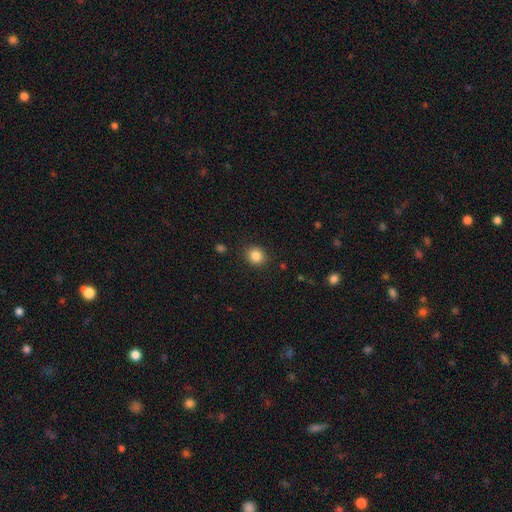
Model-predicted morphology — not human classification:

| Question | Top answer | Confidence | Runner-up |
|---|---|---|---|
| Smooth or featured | smooth | 85% | star or artifact (10%) |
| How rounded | round | 82% | in between (17%) |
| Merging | none | 89% | minor disturbance (8%) |